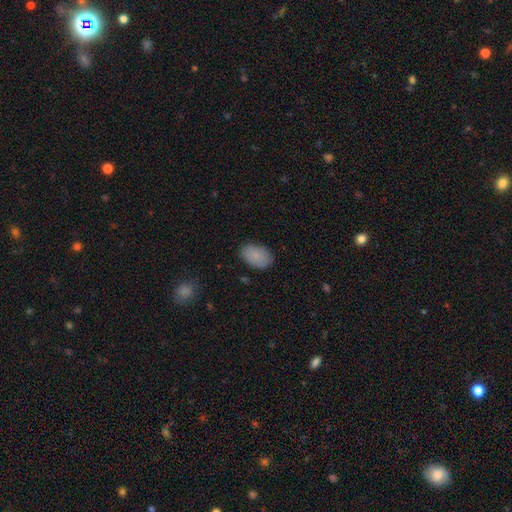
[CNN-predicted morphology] smooth_or_featured: smooth (p=0.87) [alt: star or artifact p=0.07]
how_rounded: in between (p=0.90) [alt: round p=0.09]
merging: none (p=0.85) [alt: minor disturbance p=0.11]